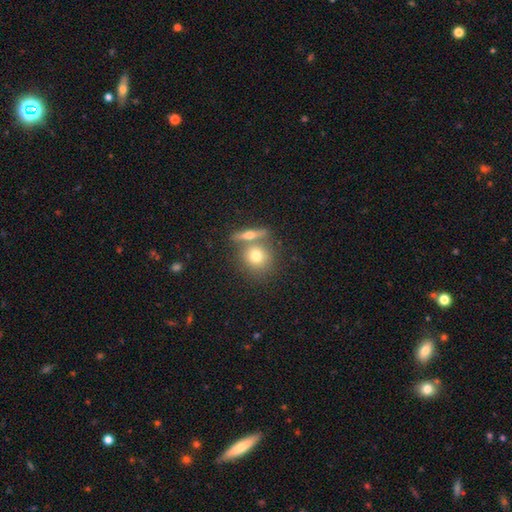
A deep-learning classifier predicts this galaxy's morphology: Smooth or featured? Predicted: smooth (p=0.72). How rounded? Predicted: round (p=0.77). Merging? Predicted: none (p=0.54).